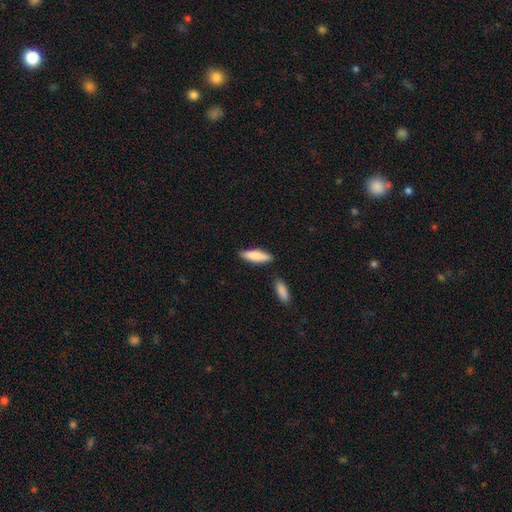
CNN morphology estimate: Smooth or featured? smooth (81%)
How rounded? cigar-shaped (63%)
Merging? none (81%)